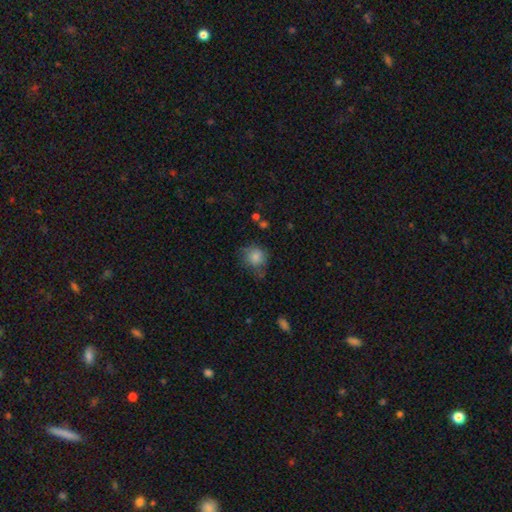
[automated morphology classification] Q: Smooth or featured?
A: smooth (74%); runner-up: featured or disk (16%)
Q: How rounded?
A: round (79%); runner-up: in between (20%)
Q: Merging?
A: none (57%); runner-up: minor disturbance (29%)